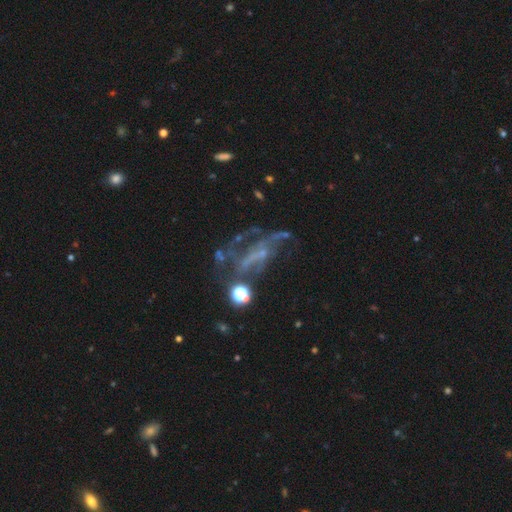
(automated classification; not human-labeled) Smooth or featured: featured or disk — 63% (star or artifact — 24%)
Edge-on disk: no — 90% (yes — 10%)
Bar: no — 65% (weak — 22%)
Spiral arms: no — 53% (yes — 47%)
Bulge size: none — 53% (small — 35%)
Merging: major disturbance — 39% (none — 33%)